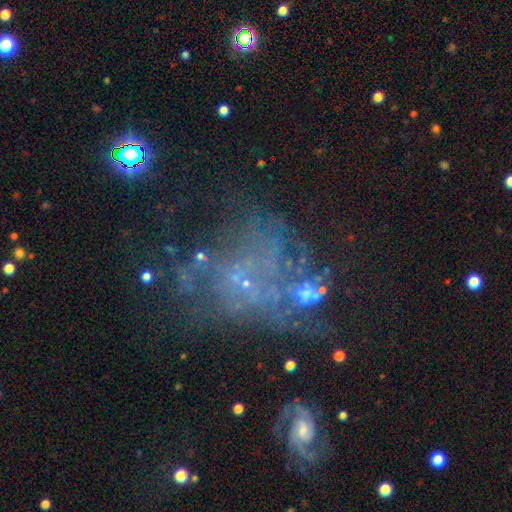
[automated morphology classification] This appears to be a featured or disk galaxy (56%) with no bar (85%), no spiral arms (68%) and no central bulge (52%). Merging: none (35%).